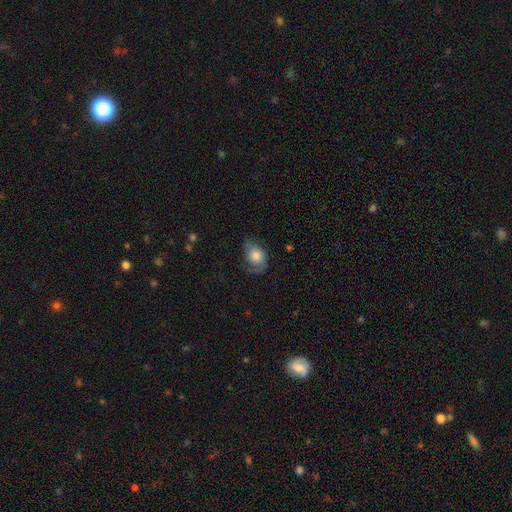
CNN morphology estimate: This is possibly a smooth galaxy (56%). How rounded: likely in between (71%). Merging: possibly none (58%).